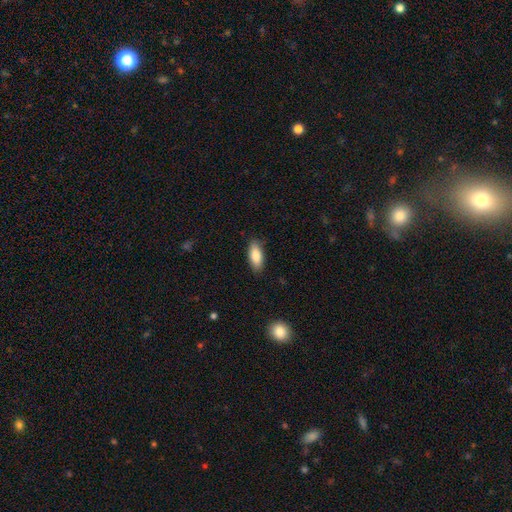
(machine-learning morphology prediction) Q: Smooth or featured?
A: smooth (85%); runner-up: featured or disk (9%)
Q: How rounded?
A: in between (82%); runner-up: cigar-shaped (15%)
Q: Merging?
A: none (86%); runner-up: minor disturbance (11%)